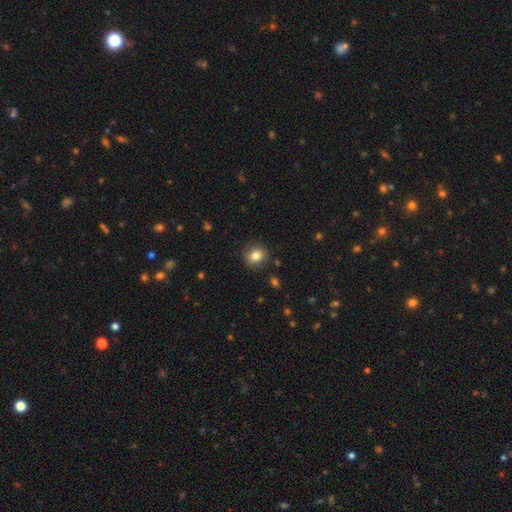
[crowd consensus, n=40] smooth_or_featured: smooth (p=0.75) [alt: featured or disk p=0.15]
how_rounded: round (p=0.90) [alt: in between p=0.10]
merging: none (p=0.78) [alt: minor disturbance p=0.11]